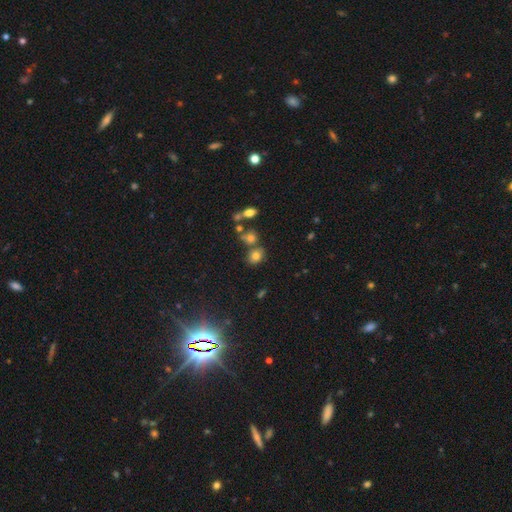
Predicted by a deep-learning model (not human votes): smooth_or_featured: smooth (p=0.75) [alt: star or artifact p=0.15]
how_rounded: round (p=0.52) [alt: in between p=0.47]
merging: none (p=0.64) [alt: merger p=0.19]